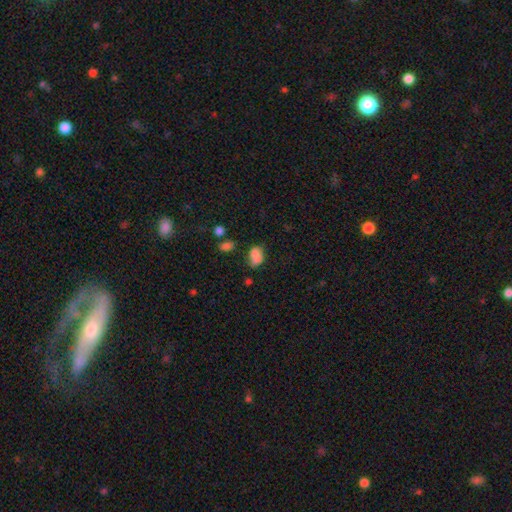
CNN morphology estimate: smooth_or_featured: smooth (p=0.77) [alt: star or artifact p=0.12]
how_rounded: in between (p=0.81) [alt: round p=0.17]
merging: none (p=0.40) [alt: minor disturbance p=0.25]